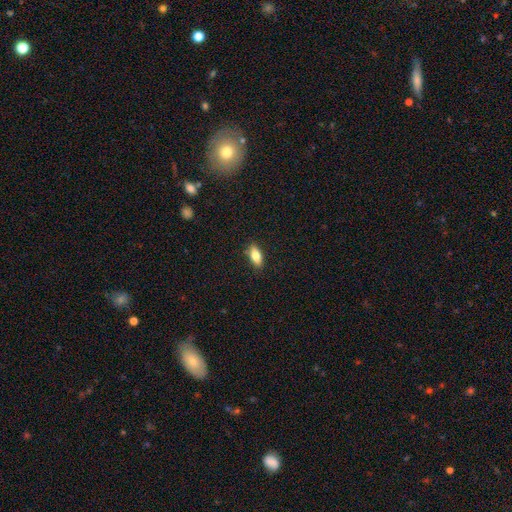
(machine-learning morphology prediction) smooth_or_featured: smooth (p=0.77) [alt: featured or disk p=0.16]
how_rounded: in between (p=0.80) [alt: cigar-shaped p=0.17]
merging: none (p=0.87) [alt: minor disturbance p=0.10]